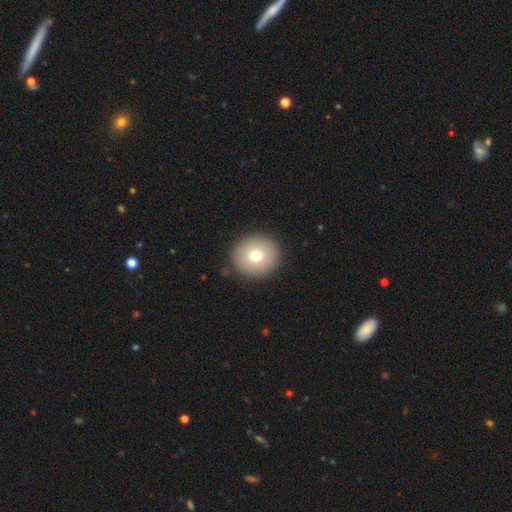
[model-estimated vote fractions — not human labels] This appears to be a smooth galaxy with no disk features (74%) that is round (93%). Merging: none (91%).